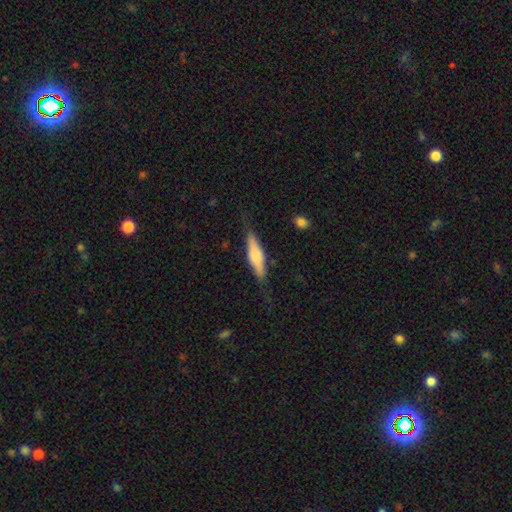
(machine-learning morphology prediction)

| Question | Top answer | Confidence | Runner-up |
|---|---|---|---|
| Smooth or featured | smooth | 52% | featured or disk (41%) |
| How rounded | cigar-shaped | 66% | in between (31%) |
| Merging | none | 72% | minor disturbance (19%) |